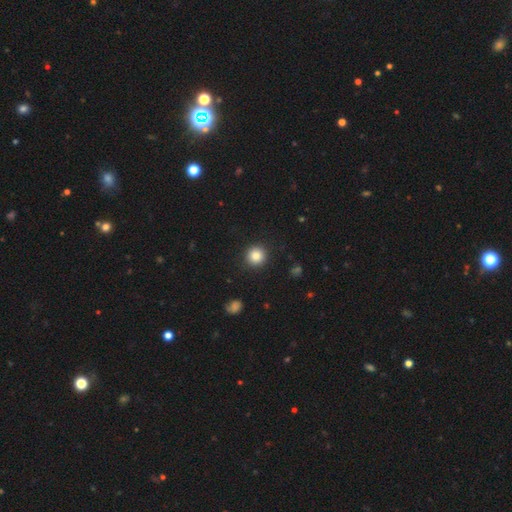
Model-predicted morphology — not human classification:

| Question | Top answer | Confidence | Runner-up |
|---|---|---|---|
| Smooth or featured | smooth | 85% | star or artifact (10%) |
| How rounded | round | 94% | in between (5%) |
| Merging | none | 91% | minor disturbance (6%) |